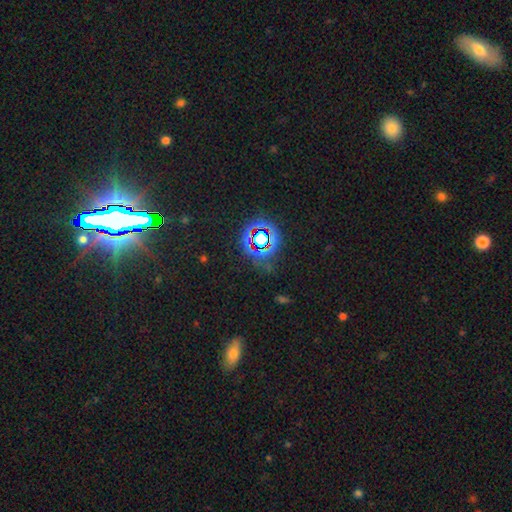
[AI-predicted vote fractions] Smooth or featured? Predicted: star or artifact (p=0.71).